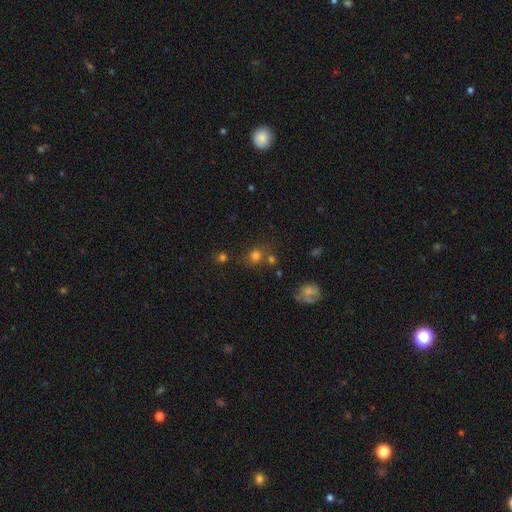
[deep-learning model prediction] Smooth or featured: smooth — 73% (star or artifact — 19%)
How rounded: round — 77% (in between — 22%)
Merging: none — 63% (merger — 19%)